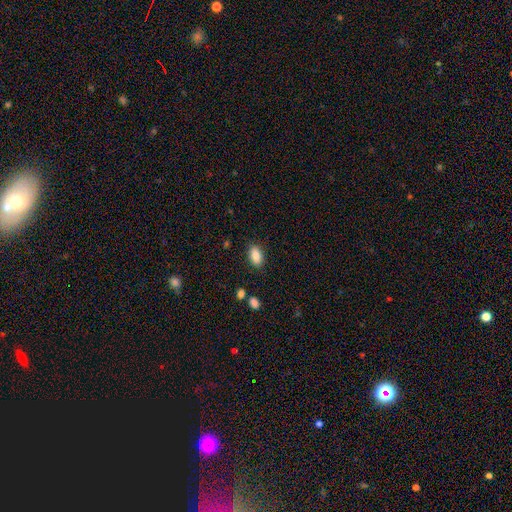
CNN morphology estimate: Smooth or featured?
  - smooth: 87% *
  - star or artifact: 8%
  - featured or disk: 5%
How rounded?
  - in between: 91% *
  - round: 6%
  - cigar-shaped: 4%
Merging?
  - none: 86% *
  - minor disturbance: 9%
  - major disturbance: 3%
  - merger: 2%